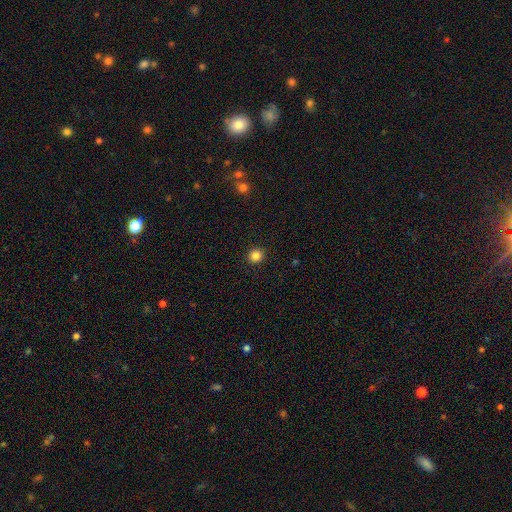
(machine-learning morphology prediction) smooth 85%, star or artifact 11%, featured or disk 4%. Down the decision tree: how rounded — round (90%); merging — none (93%).